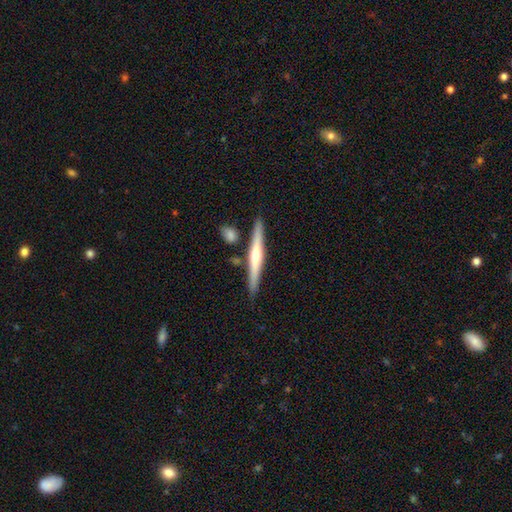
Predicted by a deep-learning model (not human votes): This appears to be a featured or disk galaxy (61%) viewed edge-on (97%) with a rounded central bulge (69%). Merging: none (83%).